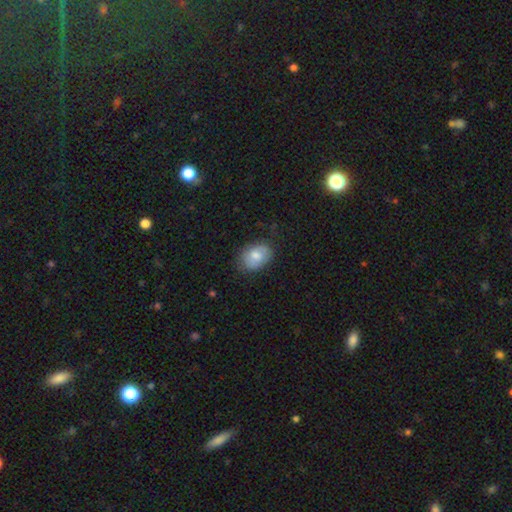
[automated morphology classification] The model was most divided on "how rounded": in between: 76%, round: 23%, cigar-shaped: 1%. More confident: merging — none (75%); smooth or featured — smooth (75%).